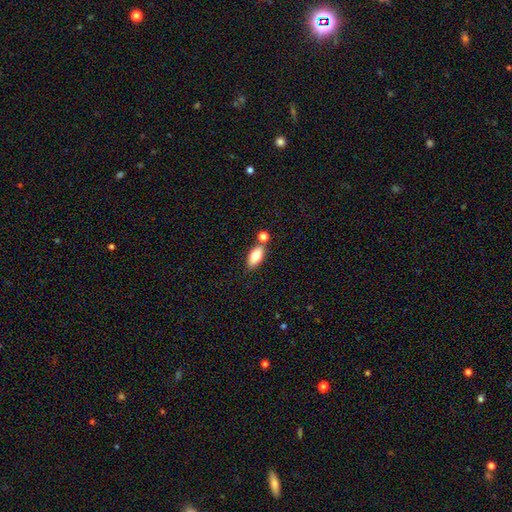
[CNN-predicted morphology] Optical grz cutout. It shows a smooth galaxy with no disk features (80%) that is in between round and cigar-shaped (87%). Merging: none (67%).